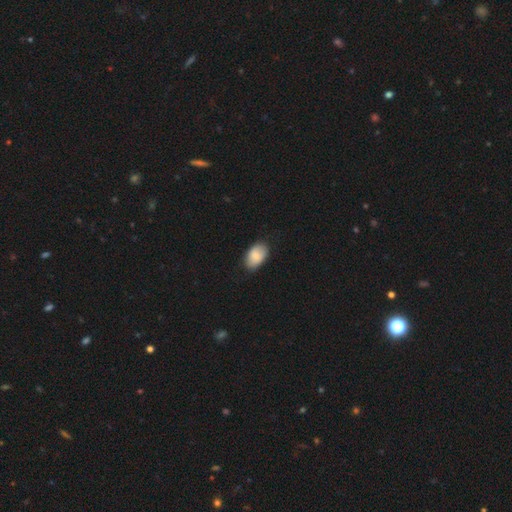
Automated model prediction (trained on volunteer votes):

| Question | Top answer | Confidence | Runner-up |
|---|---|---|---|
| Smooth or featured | smooth | 85% | featured or disk (9%) |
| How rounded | in between | 91% | round (7%) |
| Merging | none | 80% | minor disturbance (16%) |